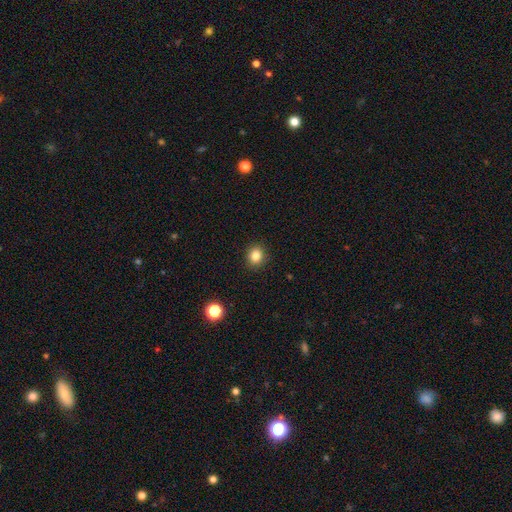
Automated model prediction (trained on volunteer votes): This appears to be a smooth galaxy with no disk features (84%) that is round (74%). Merging: none (91%).